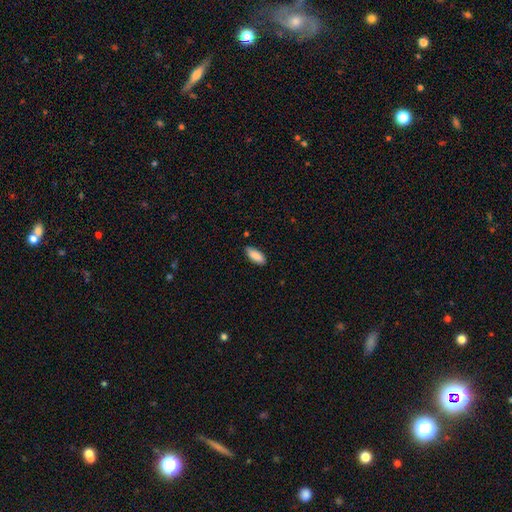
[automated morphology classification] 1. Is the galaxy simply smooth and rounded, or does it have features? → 89% smooth, 6% star or artifact, 5% featured or disk.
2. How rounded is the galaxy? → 80% in between, 18% cigar-shaped, 2% round.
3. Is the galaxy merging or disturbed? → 83% none, 14% minor disturbance, 2% major disturbance, 2% merger.